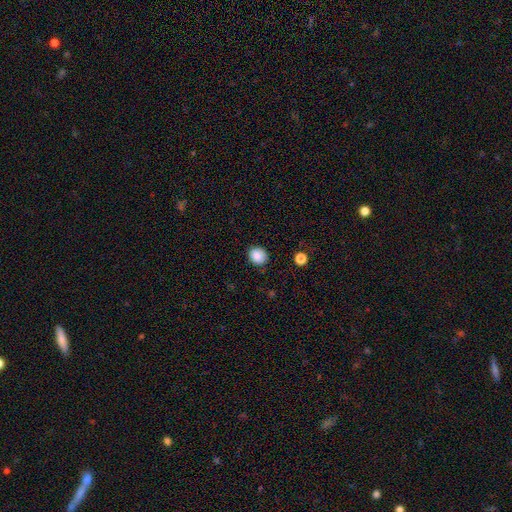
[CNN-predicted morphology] smooth-or-featured: smooth: 87% | star or artifact: 10% | featured or disk: 3%
  how-rounded: round: 79% | in between: 20% | cigar-shaped: 1%
  merging: none: 87% | minor disturbance: 10% | major disturbance: 3% | merger: 1%